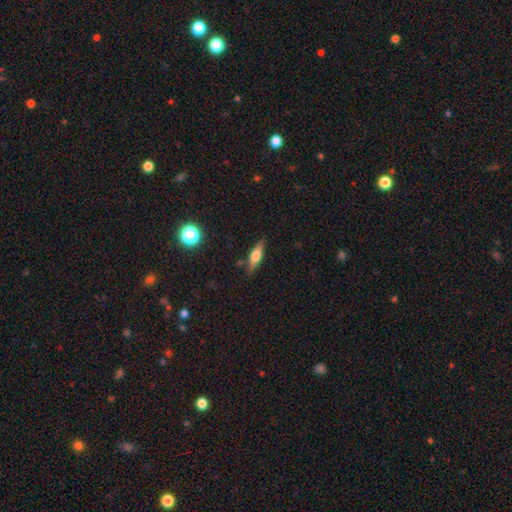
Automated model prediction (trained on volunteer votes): This appears to be a smooth galaxy with no disk features (52%) that is cigar-shaped (52%). Merging: none (81%).